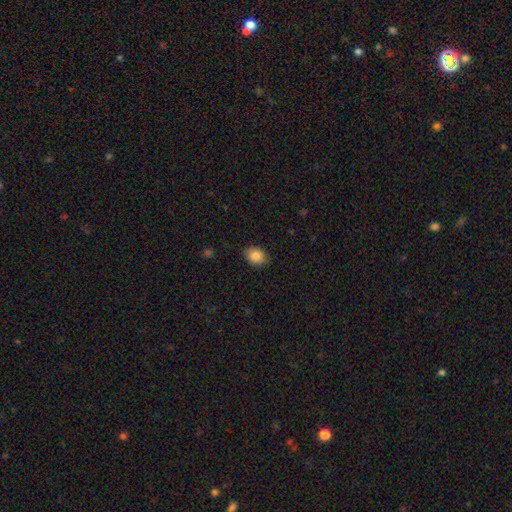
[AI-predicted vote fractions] Smooth or featured? Predicted: smooth (p=0.86). How rounded? Predicted: in between (p=0.57). Merging? Predicted: none (p=0.83).